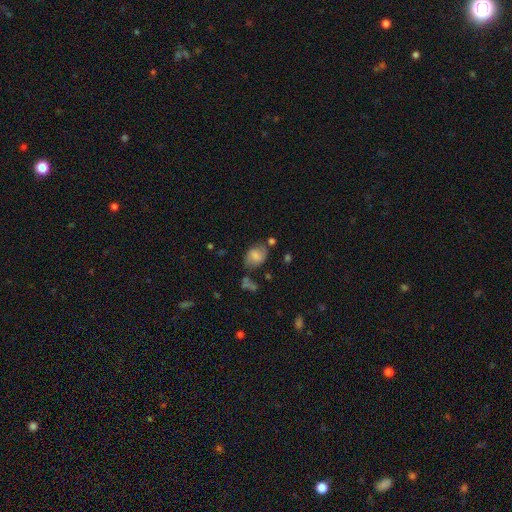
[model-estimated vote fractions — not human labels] Smooth or featured: smooth — 67% (featured or disk — 23%)
How rounded: in between — 72% (round — 27%)
Merging: none — 57% (minor disturbance — 23%)